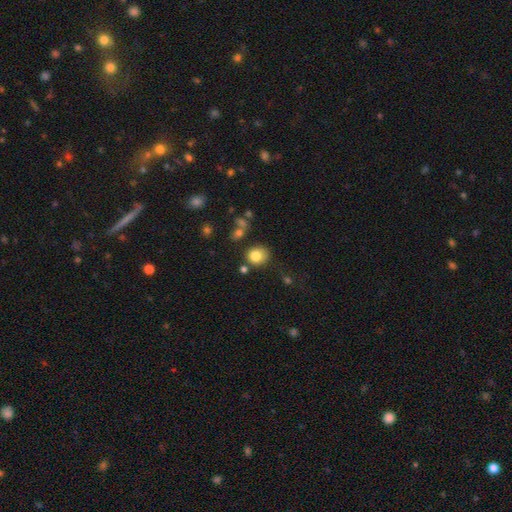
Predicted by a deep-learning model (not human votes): This is clearly a smooth galaxy (82%). How rounded: likely round (74%). Merging: likely none (67%).